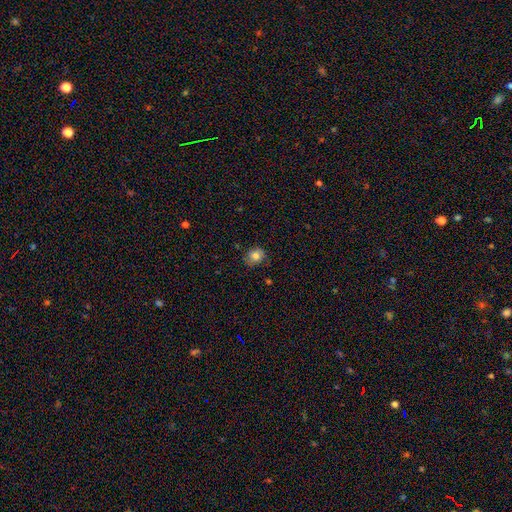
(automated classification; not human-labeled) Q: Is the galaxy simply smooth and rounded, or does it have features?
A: smooth — 81%.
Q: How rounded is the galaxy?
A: round — 66%.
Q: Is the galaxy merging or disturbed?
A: none — 77%.